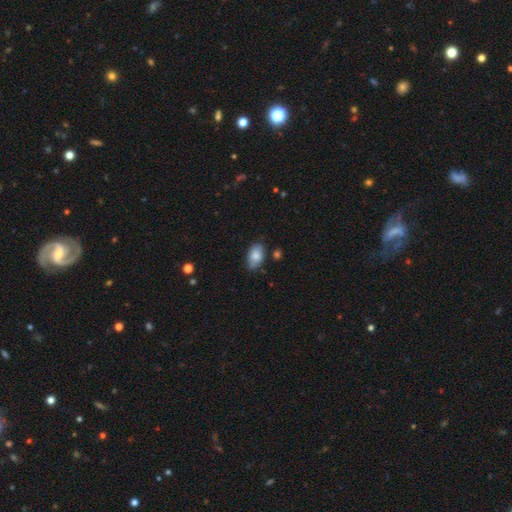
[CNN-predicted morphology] Smooth or featured: smooth — 82% (featured or disk — 11%)
How rounded: in between — 92% (round — 6%)
Merging: none — 73% (minor disturbance — 20%)